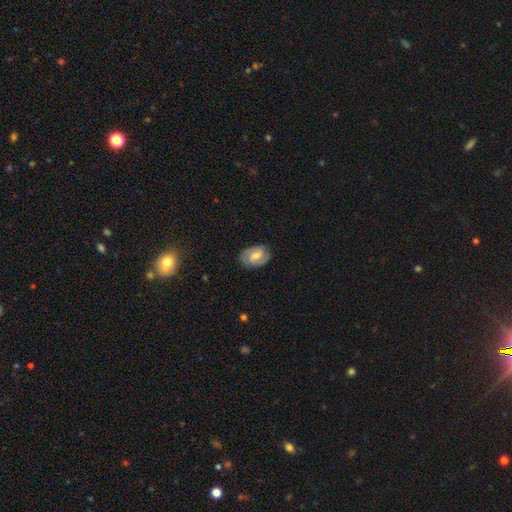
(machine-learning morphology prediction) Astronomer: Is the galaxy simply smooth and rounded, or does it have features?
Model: smooth — 47% (runner-up: featured or disk, 46%).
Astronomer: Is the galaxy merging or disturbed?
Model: none — 79%.